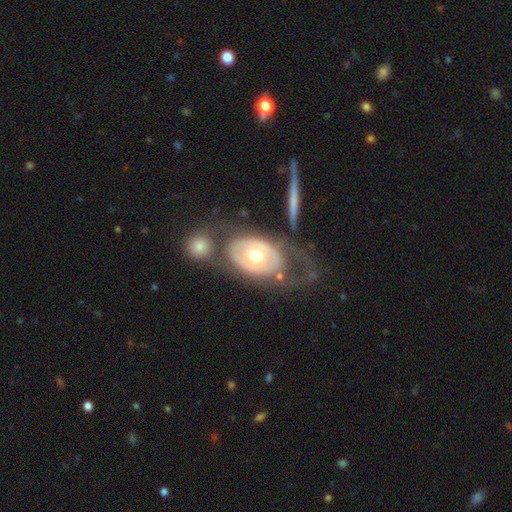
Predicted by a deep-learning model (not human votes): Overall: featured or disk (59%; smooth 36%). Edge-on disk: no (90%). Bar: no (83%). Spiral arms: no (77%). Bulge size: moderate (73%). Merging: none (53%; minor disturbance 17%).